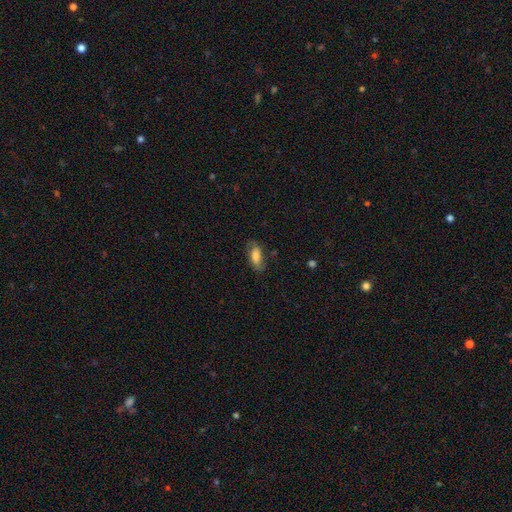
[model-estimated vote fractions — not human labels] The model was most divided on "smooth or featured": smooth: 69%, featured or disk: 24%, star or artifact: 7%. More confident: how rounded — in between (81%); merging — none (70%).